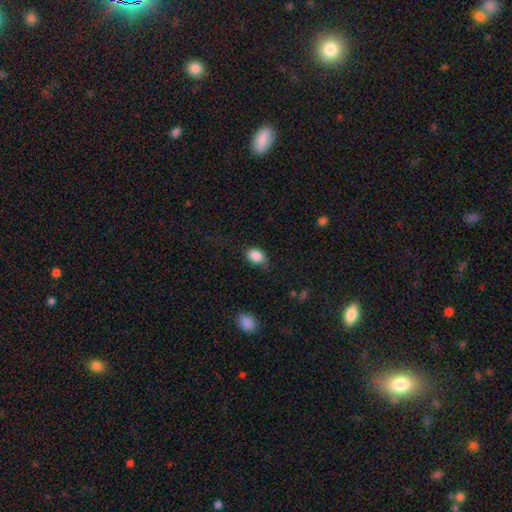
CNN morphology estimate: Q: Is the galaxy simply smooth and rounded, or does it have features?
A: smooth — 87%.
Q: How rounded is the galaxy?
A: in between — 78%.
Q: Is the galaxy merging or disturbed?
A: none — 71%.